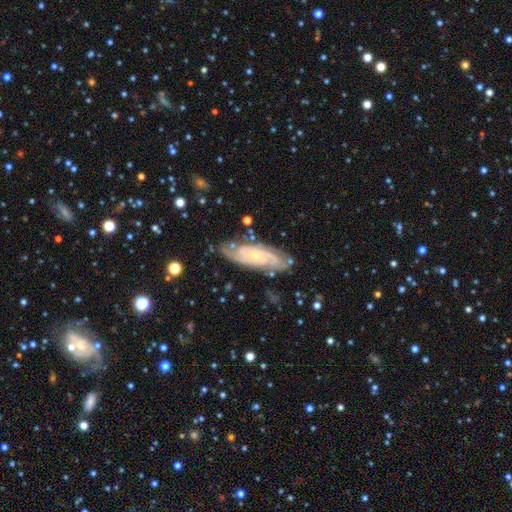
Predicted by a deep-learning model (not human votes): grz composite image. It shows a featured or disk galaxy (82%) with no bar (69%), 2 (35%) tight (66%) spiral arms (96%) and a small central bulge (79%). Merging: none (75%).